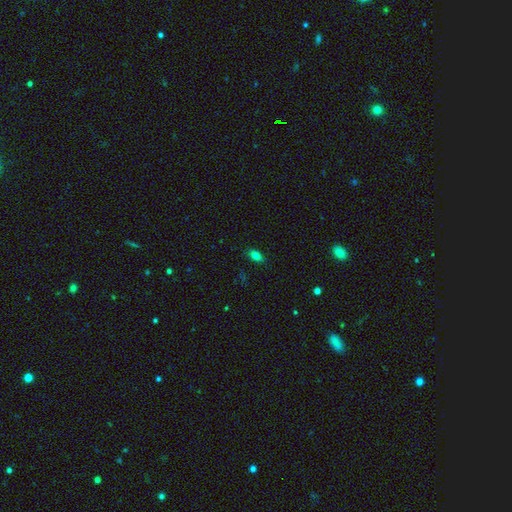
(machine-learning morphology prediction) A smooth galaxy with no disk features (78%) that is in between round and cigar-shaped (85%).

Vote fractions:
- Smooth or featured? smooth: 78% / star or artifact: 13% / featured or disk: 9%
- How rounded? in between: 85% / round: 8% / cigar-shaped: 6%
- Merging? none: 85% / minor disturbance: 11% / major disturbance: 2% / merger: 1%